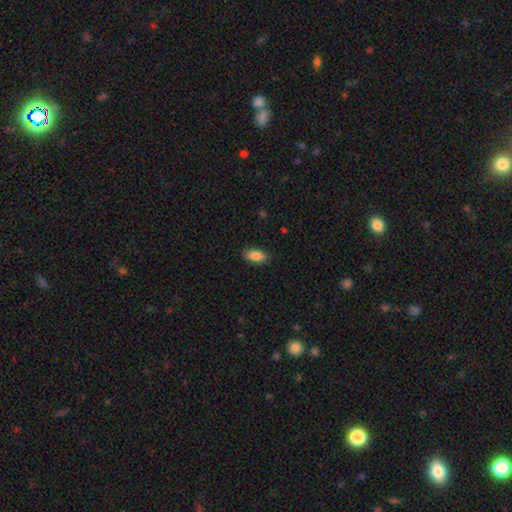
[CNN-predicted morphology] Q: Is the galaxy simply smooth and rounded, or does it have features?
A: smooth — 88%.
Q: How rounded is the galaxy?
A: in between — 89%.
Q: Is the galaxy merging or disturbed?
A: none — 87%.